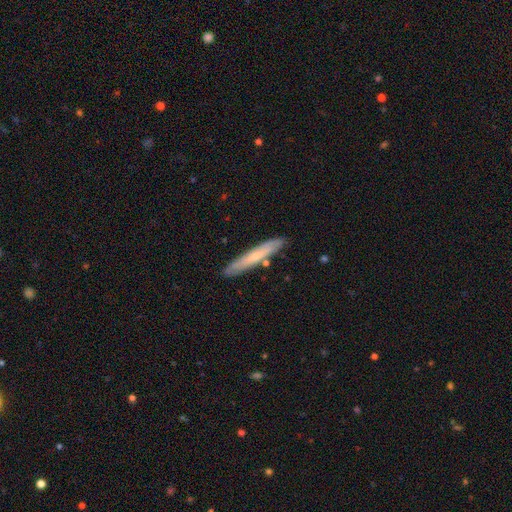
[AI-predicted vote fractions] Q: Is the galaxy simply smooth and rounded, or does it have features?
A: smooth — 52%.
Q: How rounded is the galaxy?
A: cigar-shaped — 93%.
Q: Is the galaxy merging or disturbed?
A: none — 86%.